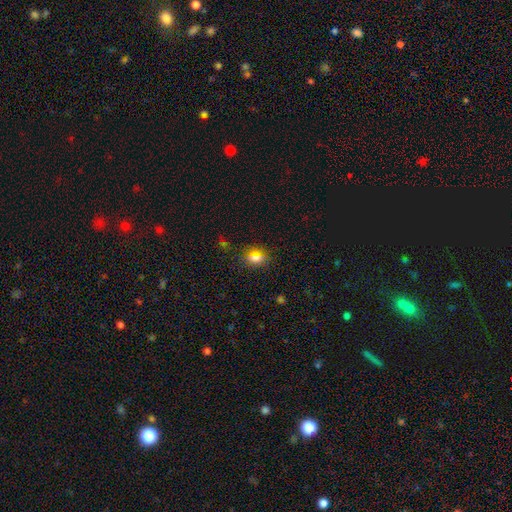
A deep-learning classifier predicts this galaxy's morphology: A smooth galaxy with no disk features (70%) that is in between round and cigar-shaped (49%). Merging: none (85%).